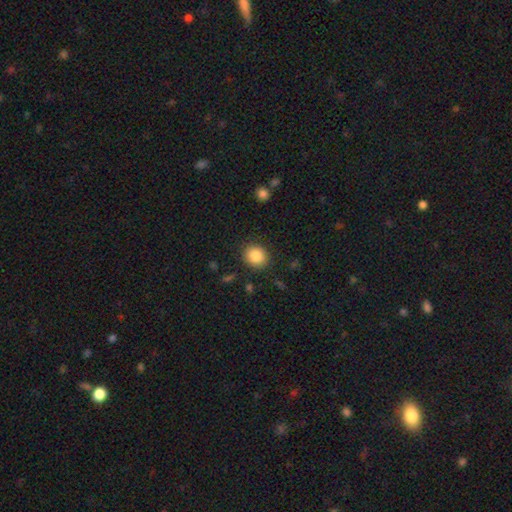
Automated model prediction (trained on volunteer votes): Morphology: type=smooth (86%); roundness=round (79%); merging=none (88%).